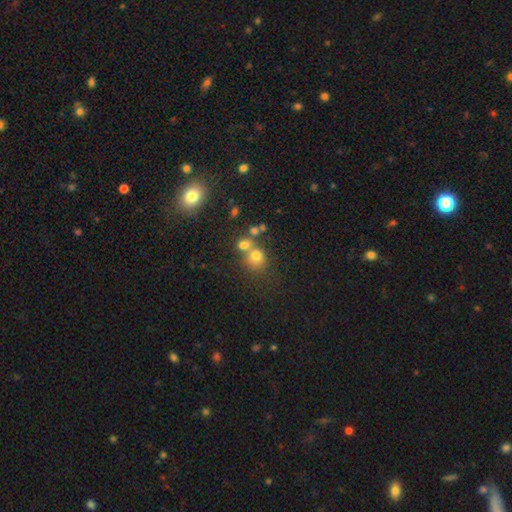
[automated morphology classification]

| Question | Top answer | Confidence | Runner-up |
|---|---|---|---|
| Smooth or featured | smooth | 71% | star or artifact (18%) |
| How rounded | round | 80% | in between (19%) |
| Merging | none | 48% | merger (39%) |